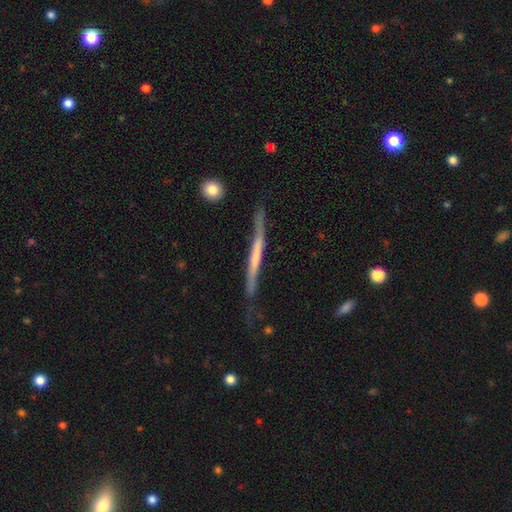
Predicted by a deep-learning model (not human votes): Smooth or featured? featured or disk (61%)
Edge-on disk? yes (92%)
Edge-on bulge? none (71%)
Merging? none (60%)